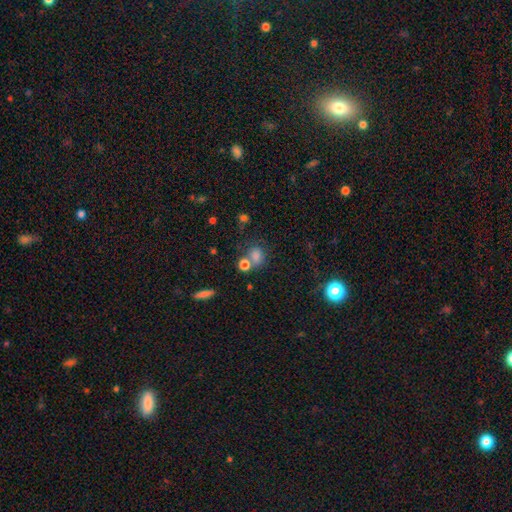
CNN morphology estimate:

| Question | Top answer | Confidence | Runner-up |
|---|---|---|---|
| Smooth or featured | smooth | 74% | star or artifact (17%) |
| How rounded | round | 50% | in between (48%) |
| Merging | none | 48% | merger (30%) |